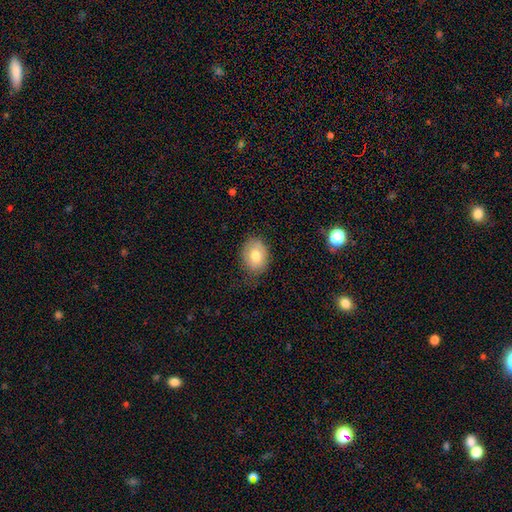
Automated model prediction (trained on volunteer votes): A smooth galaxy with no disk features (75%) that is in between round and cigar-shaped (62%). Merging: none (71%).